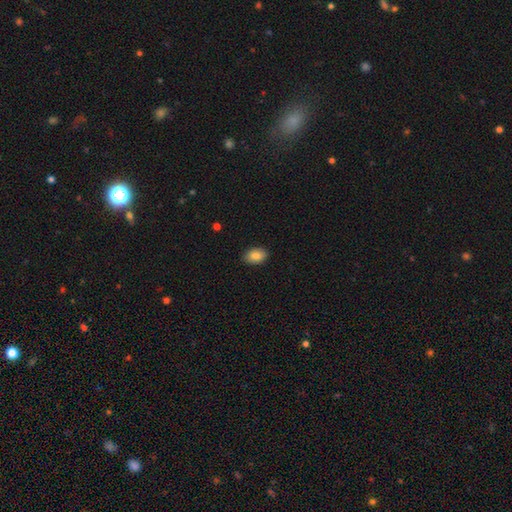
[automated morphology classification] smooth_or_featured: smooth (p=0.85) [alt: star or artifact p=0.08]
how_rounded: in between (p=0.85) [alt: round p=0.14]
merging: none (p=0.89) [alt: minor disturbance p=0.08]